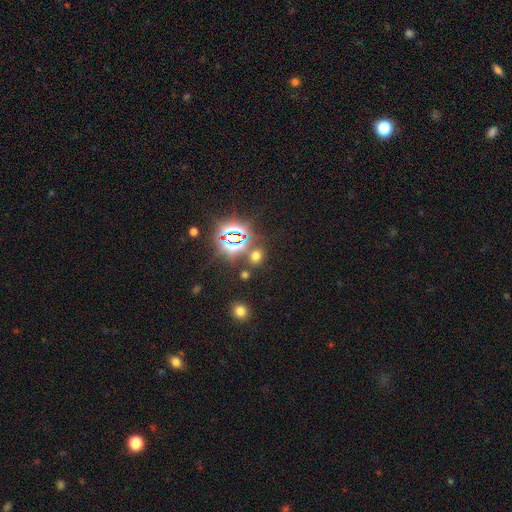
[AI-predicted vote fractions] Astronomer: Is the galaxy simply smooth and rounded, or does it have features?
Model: smooth — 49% (runner-up: star or artifact, 44%).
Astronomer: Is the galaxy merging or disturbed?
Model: none — 78%.